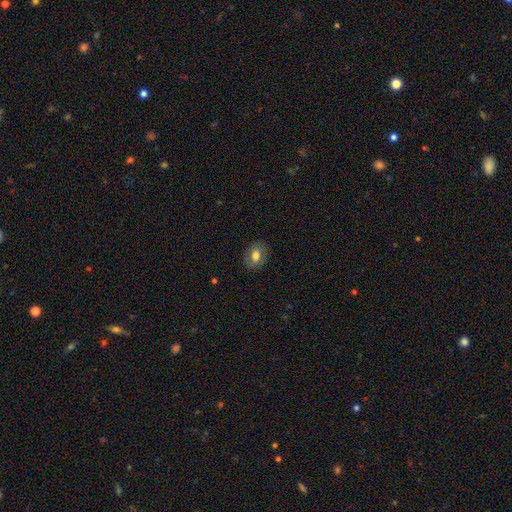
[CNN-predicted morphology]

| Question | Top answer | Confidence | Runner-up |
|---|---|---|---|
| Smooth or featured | smooth | 67% | featured or disk (25%) |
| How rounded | in between | 61% | round (37%) |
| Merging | none | 83% | minor disturbance (12%) |